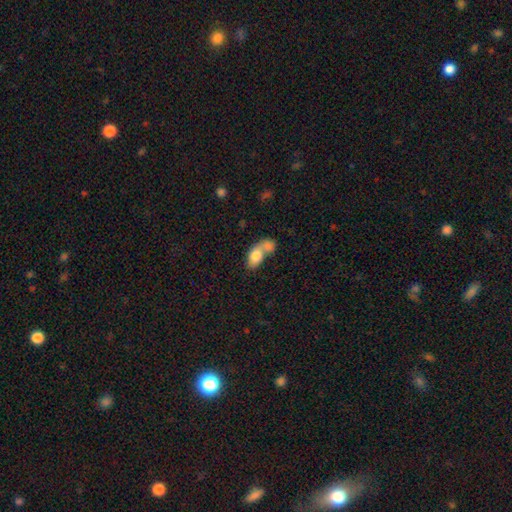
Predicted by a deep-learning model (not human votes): A smooth galaxy with no disk features (77%) that is in between round and cigar-shaped (82%).

Vote fractions:
- Smooth or featured? smooth: 77% / featured or disk: 17% / star or artifact: 7%
- How rounded? in between: 82% / round: 15% / cigar-shaped: 4%
- Merging? merger: 72% / none: 16% / minor disturbance: 7% / major disturbance: 6%